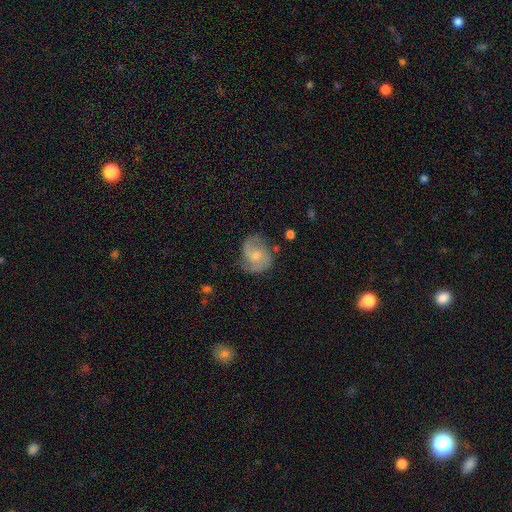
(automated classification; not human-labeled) smooth_or_featured: featured or disk (p=0.63) [alt: smooth p=0.30]
disk_edge_on: no (p=0.98) [alt: yes p=0.02]
bar: no (p=0.58) [alt: weak p=0.36]
has_spiral_arms: yes (p=0.90) [alt: no p=0.10]
spiral_winding: medium (p=0.47) [alt: loose p=0.31]
spiral_arm_count: 2 (p=0.82) [alt: can't tell p=0.09]
bulge_size: small (p=0.50) [alt: moderate p=0.39]
merging: none (p=0.63) [alt: minor disturbance p=0.24]